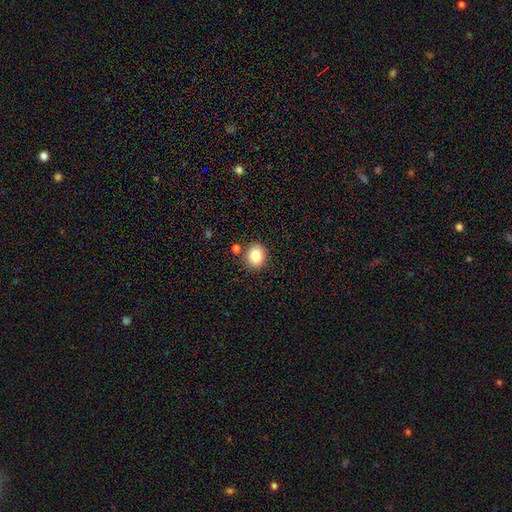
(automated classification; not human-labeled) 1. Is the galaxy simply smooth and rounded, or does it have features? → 84% smooth, 10% star or artifact, 6% featured or disk.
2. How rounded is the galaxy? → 75% round, 25% in between, 1% cigar-shaped.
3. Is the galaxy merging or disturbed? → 85% none, 8% minor disturbance, 5% merger, 2% major disturbance.